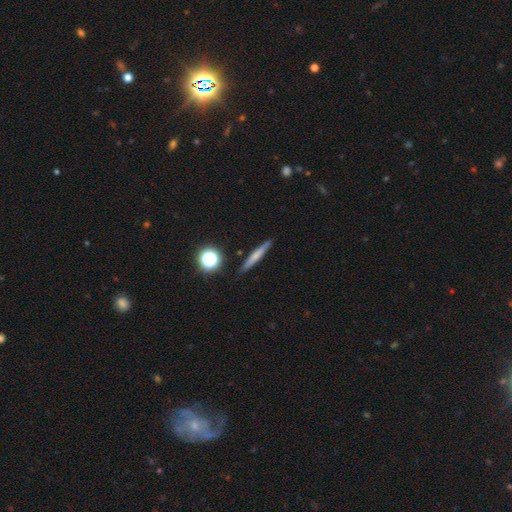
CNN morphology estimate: Smooth or featured: smooth — 56% (featured or disk — 34%)
How rounded: cigar-shaped — 92% (in between — 5%)
Merging: none — 88% (minor disturbance — 8%)